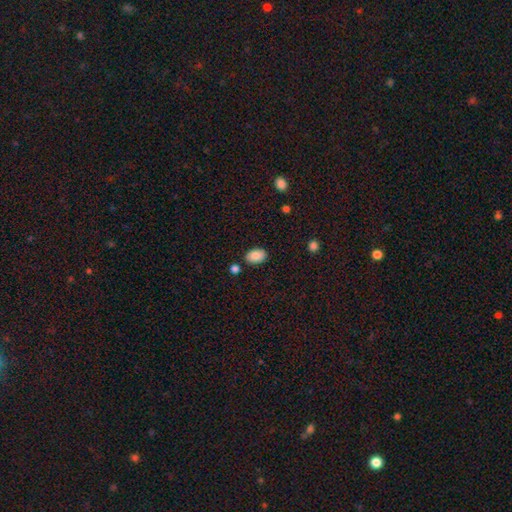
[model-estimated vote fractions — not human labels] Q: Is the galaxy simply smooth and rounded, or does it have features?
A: smooth — 87%.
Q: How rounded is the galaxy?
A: in between — 87%.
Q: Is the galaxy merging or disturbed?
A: none — 84%.